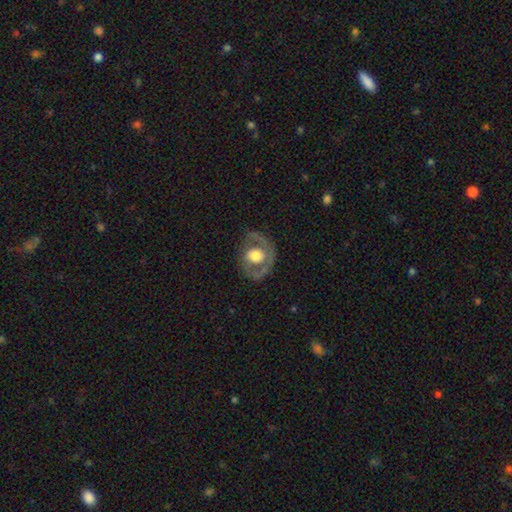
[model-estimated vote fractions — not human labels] This is likely a featured or disk galaxy (63%). It is clearly not viewed edge-on (96%). Bar: likely no (79%). Spiral arm pattern: possibly yes (50%, tied with no). Central bulge: possibly large (45%). Merging: likely none (65%).